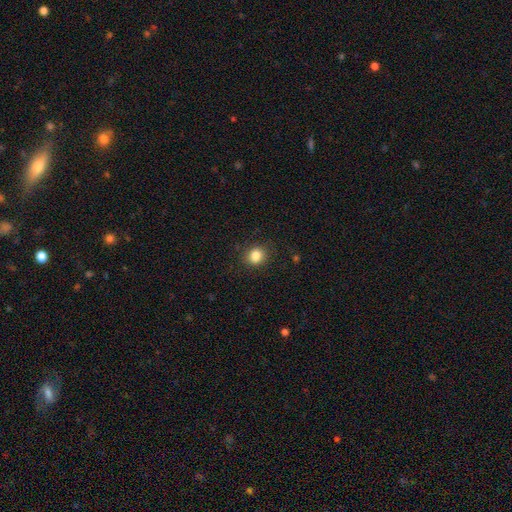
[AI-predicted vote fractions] Smooth or featured? smooth (85%)
How rounded? round (73%)
Merging? none (86%)